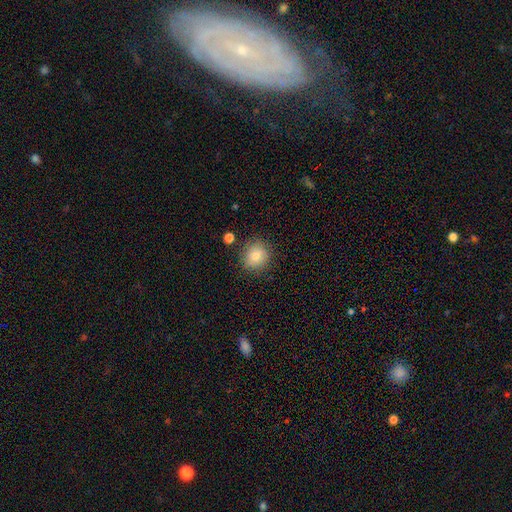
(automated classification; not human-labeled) smooth 81%, star or artifact 10%, featured or disk 10%. Down the decision tree: how rounded — round (85%); merging — none (84%).